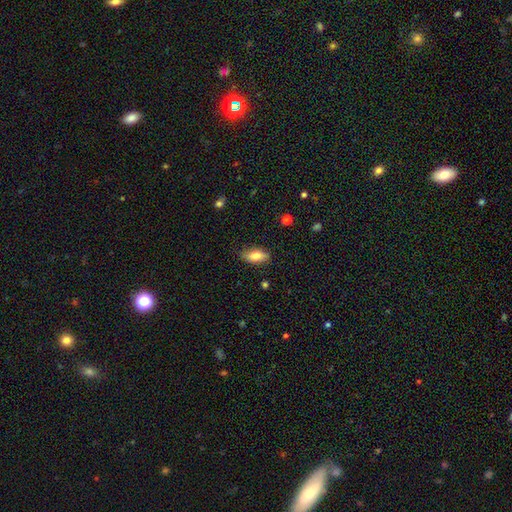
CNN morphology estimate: This is likely a smooth galaxy (76%). How rounded: clearly in between (83%). Merging: clearly none (80%).